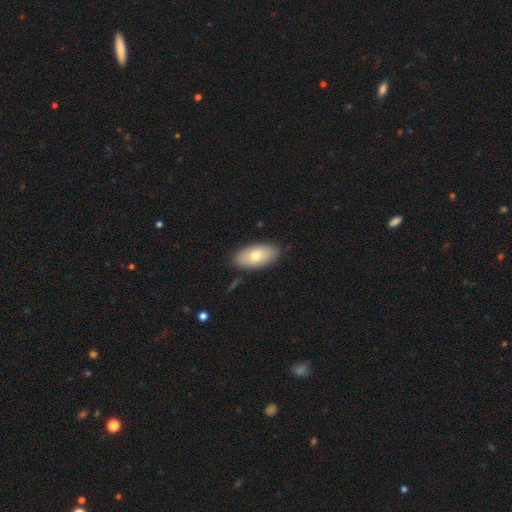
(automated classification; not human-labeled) smooth 71%, featured or disk 23%, star or artifact 6%. Down the decision tree: how rounded — in between (93%); merging — none (85%).